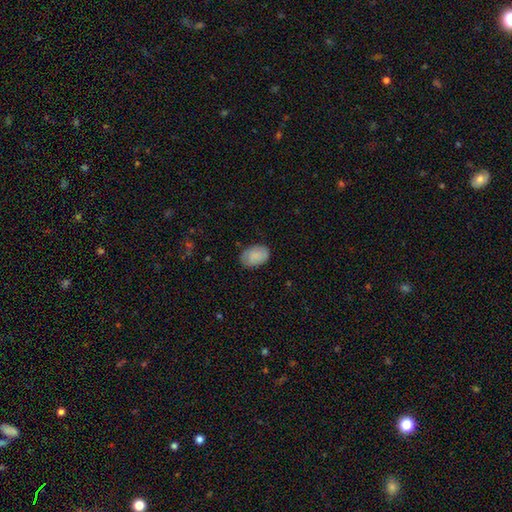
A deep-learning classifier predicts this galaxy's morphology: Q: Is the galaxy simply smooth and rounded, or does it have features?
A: smooth — 85%.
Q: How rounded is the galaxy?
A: in between — 86%.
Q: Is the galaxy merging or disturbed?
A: none — 80%.